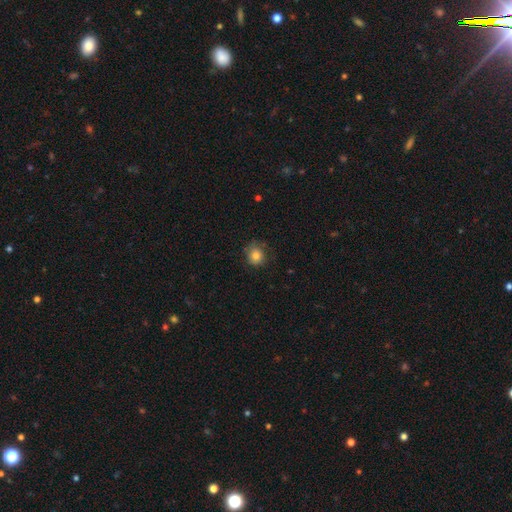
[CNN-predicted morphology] smooth_or_featured: smooth (p=0.81) [alt: star or artifact p=0.10]
how_rounded: round (p=0.83) [alt: in between p=0.16]
merging: none (p=0.70) [alt: minor disturbance p=0.22]